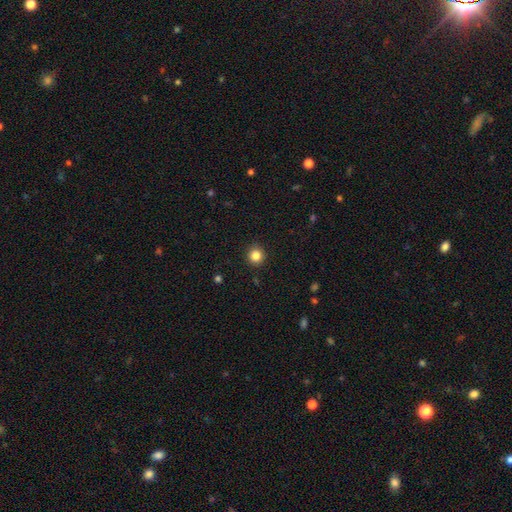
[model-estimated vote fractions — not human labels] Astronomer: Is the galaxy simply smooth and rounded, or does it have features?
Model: smooth — 84%.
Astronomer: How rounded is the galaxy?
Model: round — 93%.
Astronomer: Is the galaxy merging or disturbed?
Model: none — 91%.